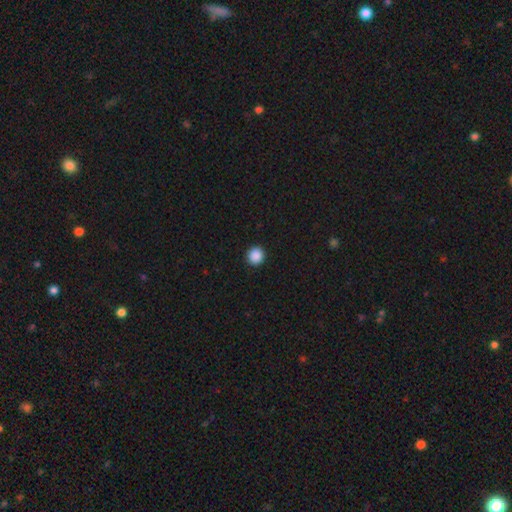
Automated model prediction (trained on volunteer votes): Smooth or featured? smooth (89%)
How rounded? round (92%)
Merging? none (93%)